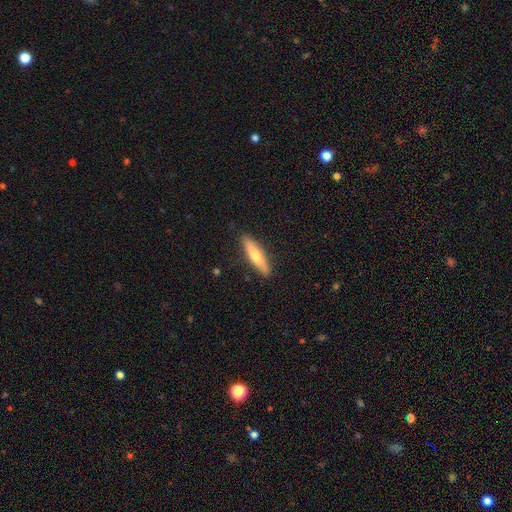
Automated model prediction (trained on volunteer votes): Morphology: type=smooth (71%); roundness=cigar-shaped (79%); merging=none (87%).